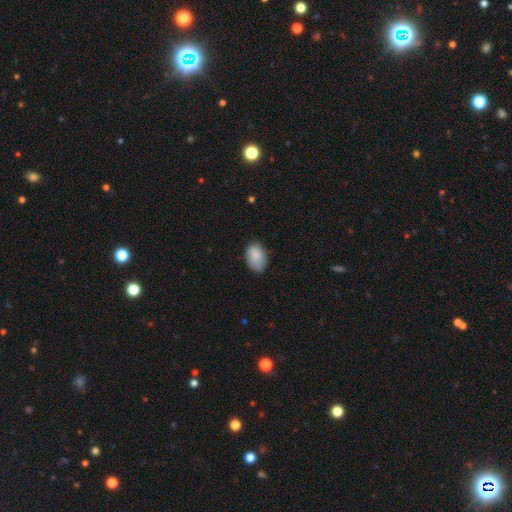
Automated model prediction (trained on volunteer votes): smooth-or-featured: smooth: 87% | star or artifact: 7% | featured or disk: 6%
  how-rounded: in between: 90% | round: 9% | cigar-shaped: 1%
  merging: none: 77% | minor disturbance: 19% | major disturbance: 3% | merger: 1%